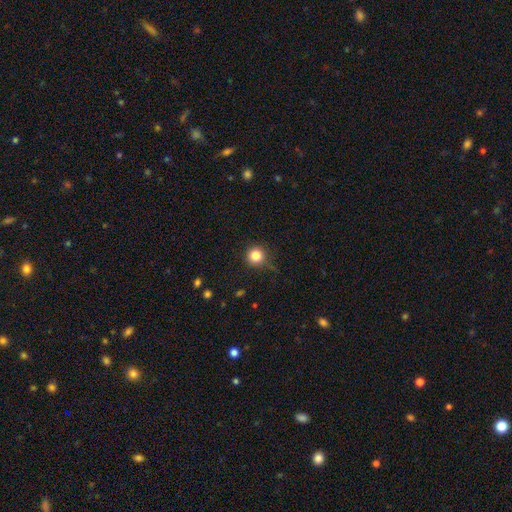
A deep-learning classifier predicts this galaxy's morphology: This is clearly a smooth galaxy (84%). How rounded: clearly round (95%). Merging: clearly none (83%).